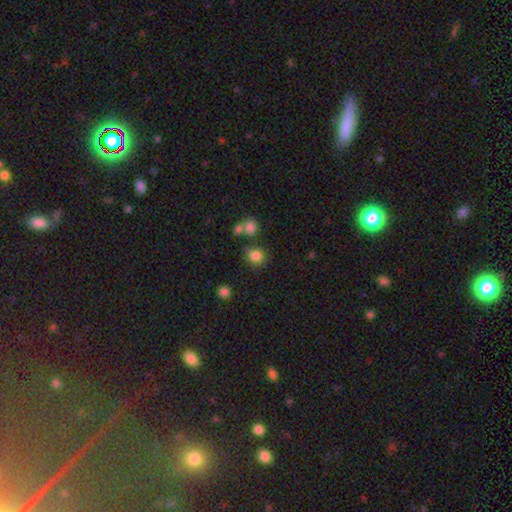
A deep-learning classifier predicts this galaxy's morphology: type=smooth (82%); roundness=round (84%); merging=none (69%).